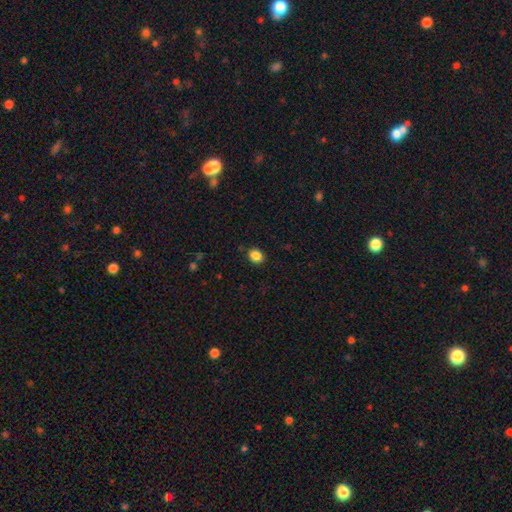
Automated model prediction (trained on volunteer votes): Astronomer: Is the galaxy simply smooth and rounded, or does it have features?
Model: smooth — 87%.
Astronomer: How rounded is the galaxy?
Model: round — 62% (runner-up: in between, 37%).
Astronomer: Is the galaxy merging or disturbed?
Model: none — 88%.